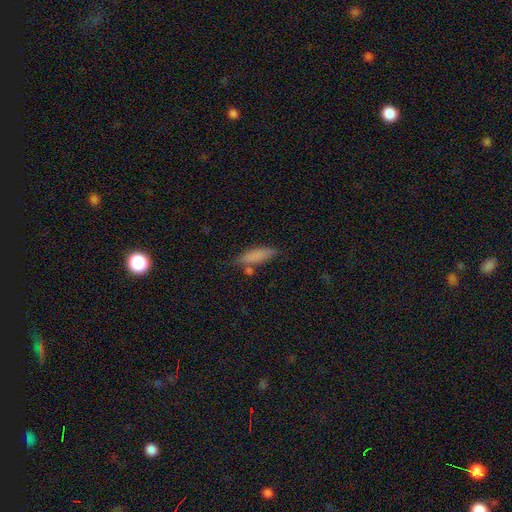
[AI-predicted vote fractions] smooth-or-featured: smooth: 80% | featured or disk: 12% | star or artifact: 8%
  how-rounded: cigar-shaped: 63% | in between: 35% | round: 2%
  merging: none: 70% | minor disturbance: 17% | merger: 9% | major disturbance: 4%